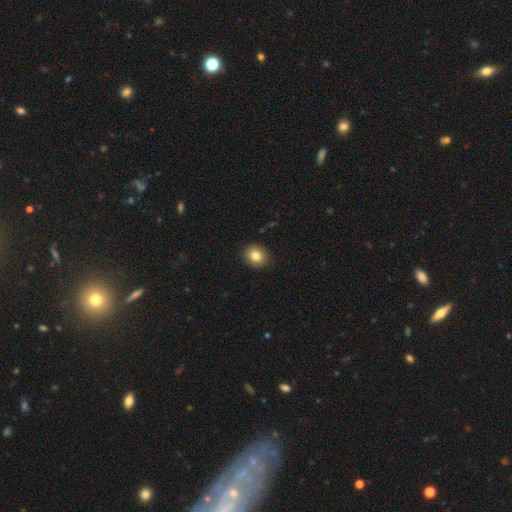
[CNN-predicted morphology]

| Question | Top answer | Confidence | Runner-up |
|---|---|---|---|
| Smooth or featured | smooth | 82% | star or artifact (9%) |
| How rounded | round | 66% | in between (33%) |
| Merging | none | 90% | minor disturbance (7%) |